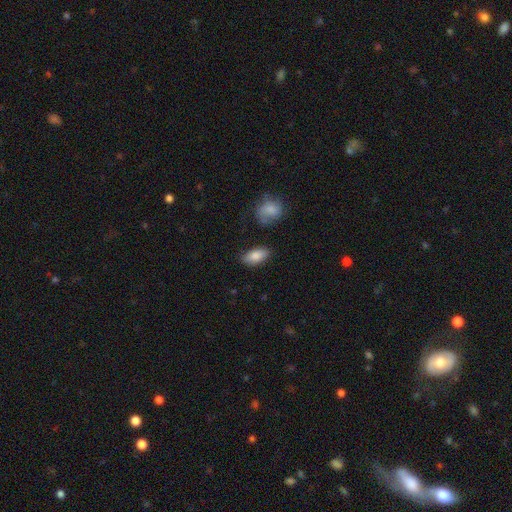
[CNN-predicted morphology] Smooth or featured? Predicted: smooth (p=0.85). How rounded? Predicted: in between (p=0.92). Merging? Predicted: none (p=0.81).